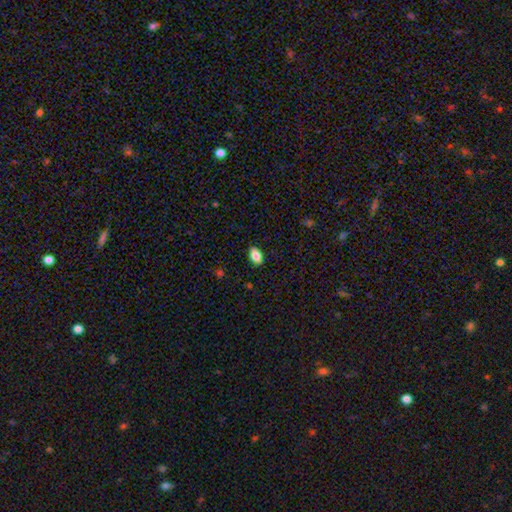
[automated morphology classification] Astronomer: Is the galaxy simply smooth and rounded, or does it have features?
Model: smooth — 82%.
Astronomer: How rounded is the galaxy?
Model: in between — 91%.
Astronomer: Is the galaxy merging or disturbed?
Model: none — 87%.